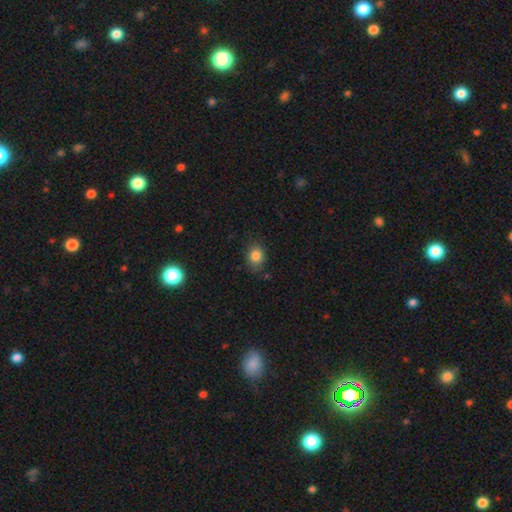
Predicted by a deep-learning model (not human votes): Overall: smooth (84%). How rounded: round (50%; in between 49%). Merging: none (78%).